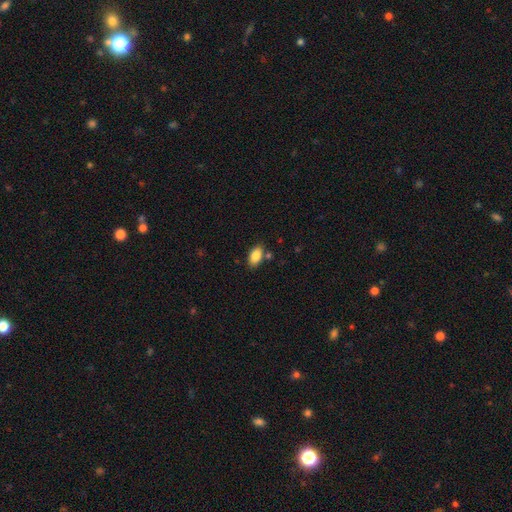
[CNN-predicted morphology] A smooth galaxy with no disk features (86%) that is in between round and cigar-shaped (92%). Merging: none (80%).